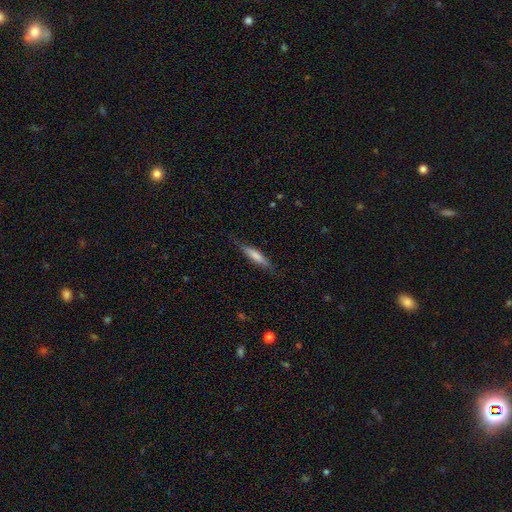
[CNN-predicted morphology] This appears to be a smooth galaxy with no disk features (66%) that is cigar-shaped (80%). Merging: none (77%).